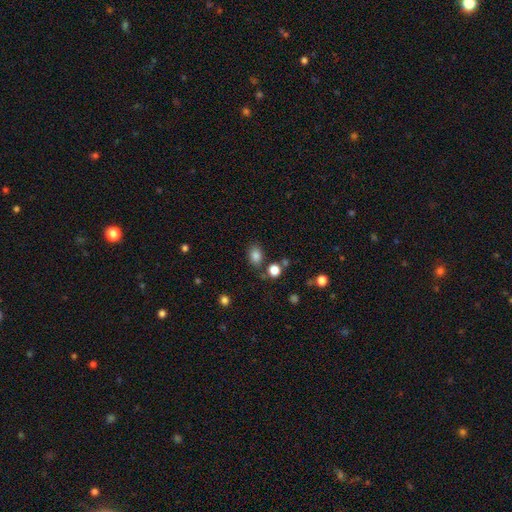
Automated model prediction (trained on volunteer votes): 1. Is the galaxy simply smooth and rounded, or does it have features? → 83% smooth, 11% star or artifact, 6% featured or disk.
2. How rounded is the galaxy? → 68% in between, 31% round, 1% cigar-shaped.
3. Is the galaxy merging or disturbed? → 76% none, 13% minor disturbance, 7% merger, 4% major disturbance.